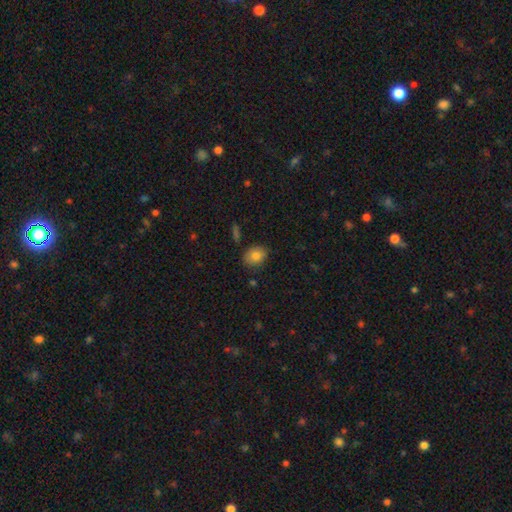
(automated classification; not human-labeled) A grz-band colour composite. It shows a smooth galaxy with no disk features (83%) that is in between round and cigar-shaped (61%). Merging: none (80%).